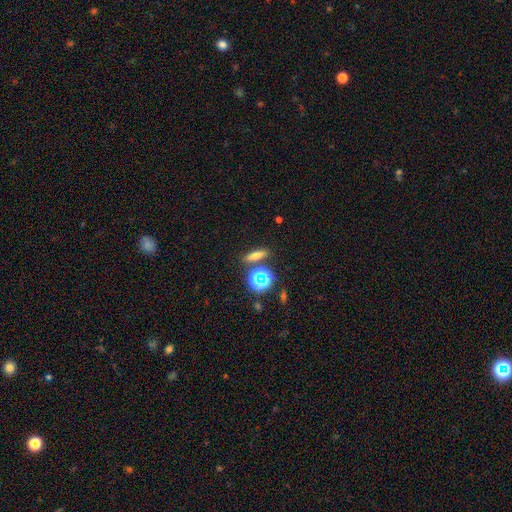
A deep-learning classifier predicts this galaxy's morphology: smooth-or-featured: smooth: 53% | star or artifact: 24% | featured or disk: 23%
  how-rounded: cigar-shaped: 50% | in between: 34% | round: 17%
  merging: none: 81% | minor disturbance: 8% | merger: 8% | major disturbance: 3%